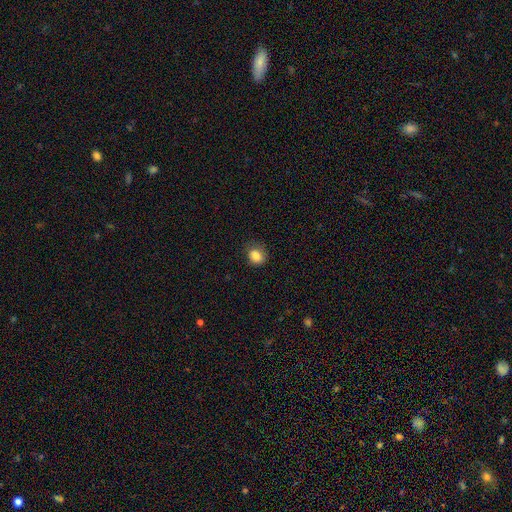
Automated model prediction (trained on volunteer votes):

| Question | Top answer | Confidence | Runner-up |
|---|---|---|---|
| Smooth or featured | smooth | 85% | star or artifact (10%) |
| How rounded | in between | 50% | round (49%) |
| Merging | none | 72% | minor disturbance (21%) |